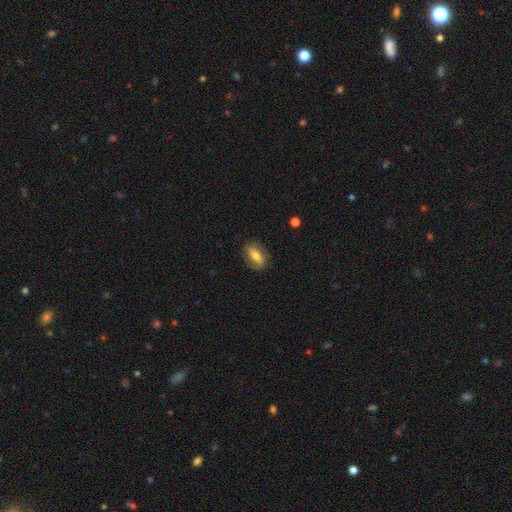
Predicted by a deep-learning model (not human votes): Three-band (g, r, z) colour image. It shows a smooth galaxy with no disk features (61%) that is in between round and cigar-shaped (76%). Merging: none (82%).